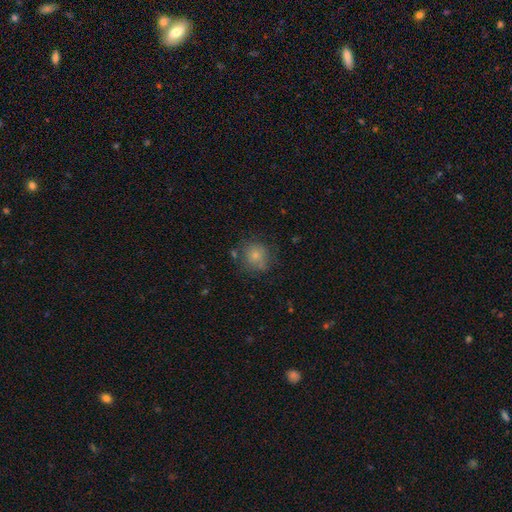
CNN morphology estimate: smooth 76%, featured or disk 13%, star or artifact 11%. Down the decision tree: how rounded — round (87%); merging — none (69%).